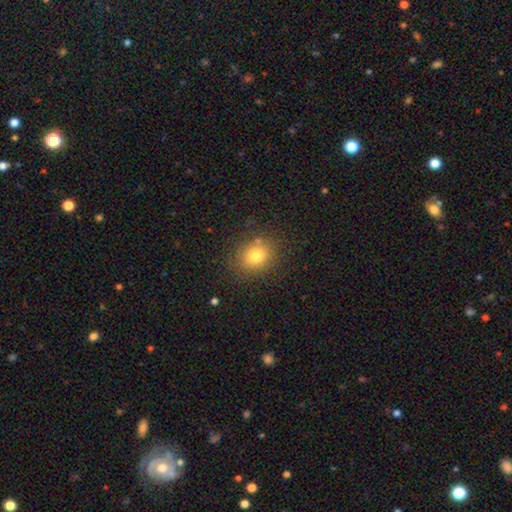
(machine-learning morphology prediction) This appears to be a smooth galaxy with no disk features (78%) that is round (62%). Merging: none (81%).